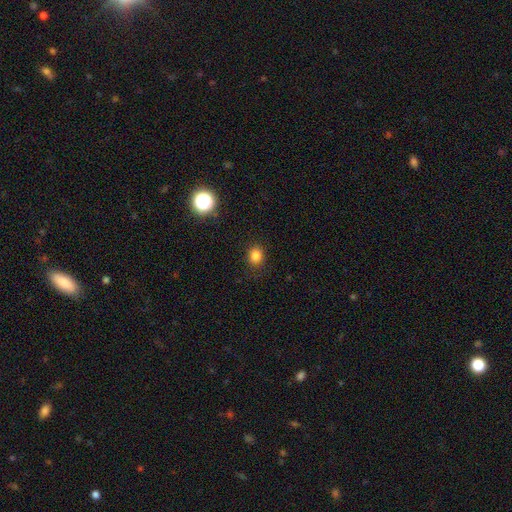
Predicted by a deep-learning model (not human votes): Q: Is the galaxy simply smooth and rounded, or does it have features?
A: smooth — 82%.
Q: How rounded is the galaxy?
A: round — 61%.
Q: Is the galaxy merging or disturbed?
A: none — 86%.